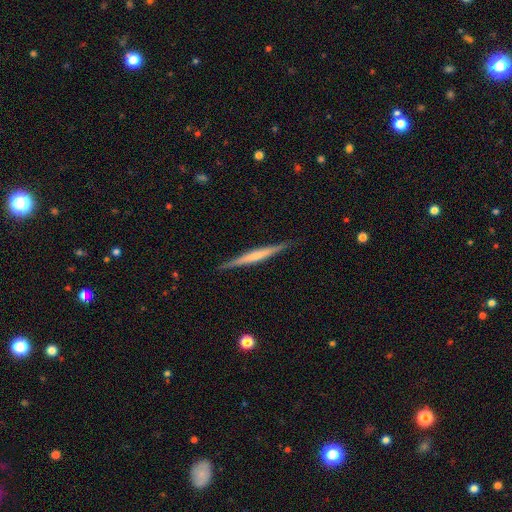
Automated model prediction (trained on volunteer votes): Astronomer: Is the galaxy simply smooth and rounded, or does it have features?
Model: featured or disk — 56% (runner-up: smooth, 38%).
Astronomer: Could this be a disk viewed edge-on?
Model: yes — 98%.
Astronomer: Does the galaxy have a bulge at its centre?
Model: none — 64%.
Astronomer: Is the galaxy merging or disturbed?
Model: none — 90%.